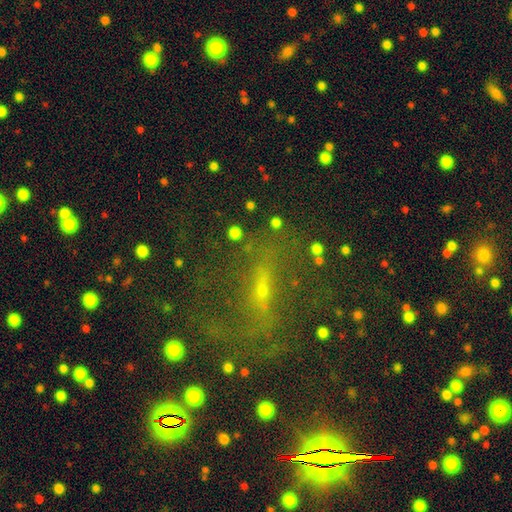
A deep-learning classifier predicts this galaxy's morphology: A star or artifact, not a galaxy (39%).